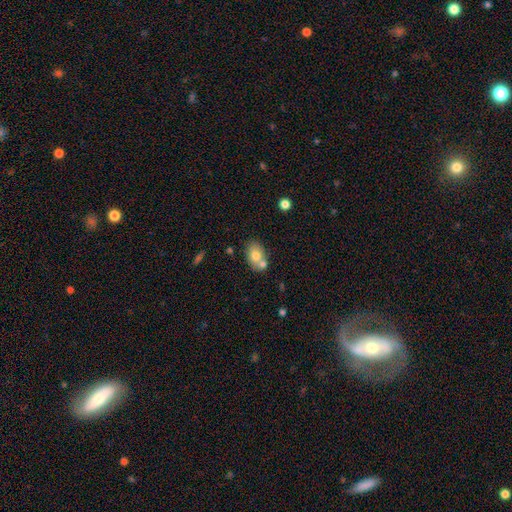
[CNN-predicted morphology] Smooth or featured?
  - smooth: 74% *
  - featured or disk: 18%
  - star or artifact: 8%
How rounded?
  - in between: 81% *
  - round: 17%
  - cigar-shaped: 1%
Merging?
  - none: 59% *
  - merger: 25%
  - minor disturbance: 13%
  - major disturbance: 3%